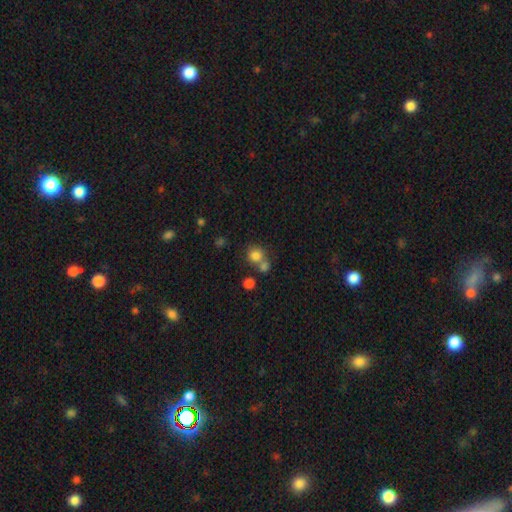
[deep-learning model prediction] Smooth or featured?
  - smooth: 80% *
  - star or artifact: 13%
  - featured or disk: 8%
How rounded?
  - round: 83% *
  - in between: 16%
  - cigar-shaped: 1%
Merging?
  - none: 54% *
  - merger: 33%
  - minor disturbance: 9%
  - major disturbance: 4%